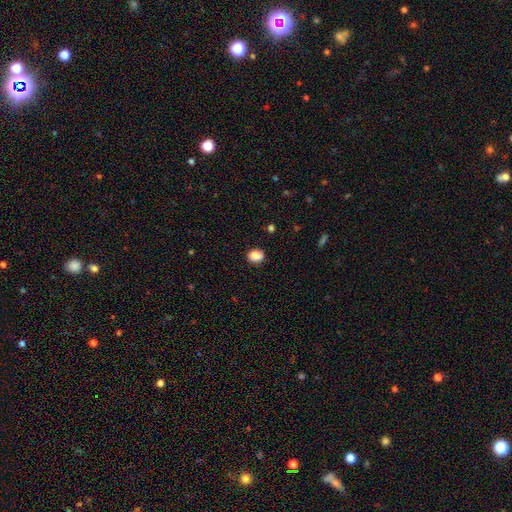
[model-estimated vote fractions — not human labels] Overall: smooth (87%). How rounded: in between (52%; round 47%). Merging: none (85%).